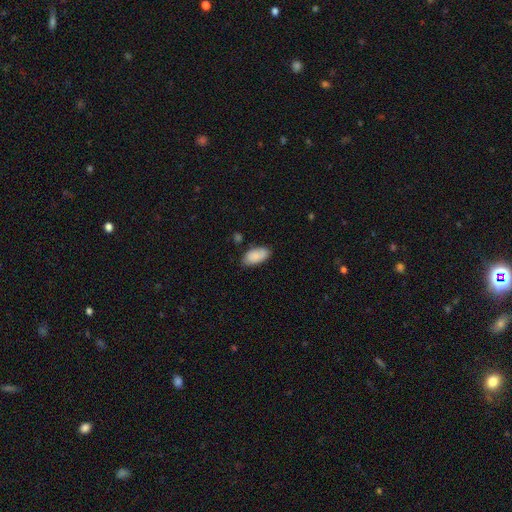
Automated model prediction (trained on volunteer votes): A smooth galaxy with no disk features (85%) that is in between round and cigar-shaped (94%). Merging: none (74%).